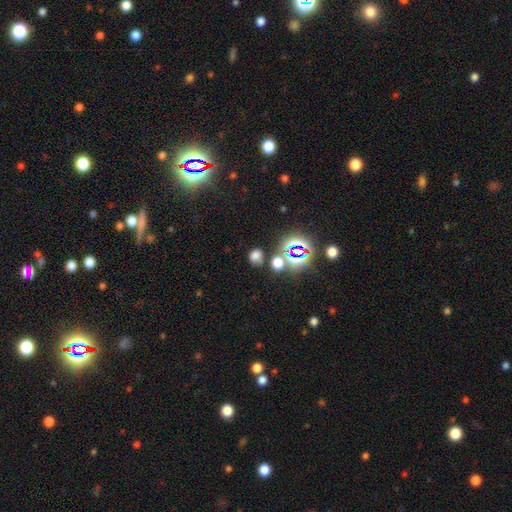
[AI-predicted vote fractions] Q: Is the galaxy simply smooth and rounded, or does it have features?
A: smooth — 62%.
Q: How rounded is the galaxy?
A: round — 63%.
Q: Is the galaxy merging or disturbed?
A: none — 73%.